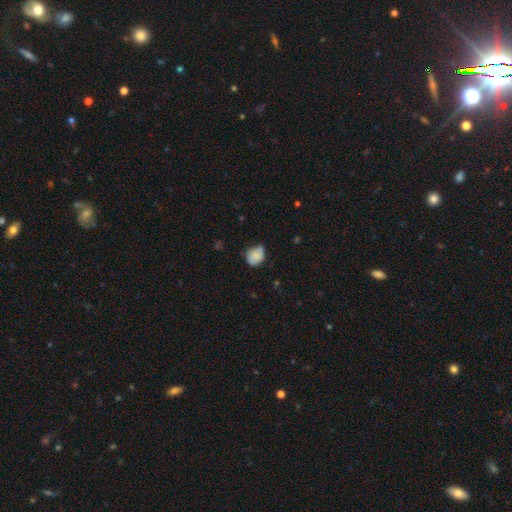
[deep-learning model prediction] Smooth or featured: smooth — 69% (featured or disk — 22%)
How rounded: round — 54% (in between — 45%)
Merging: none — 52% (minor disturbance — 36%)